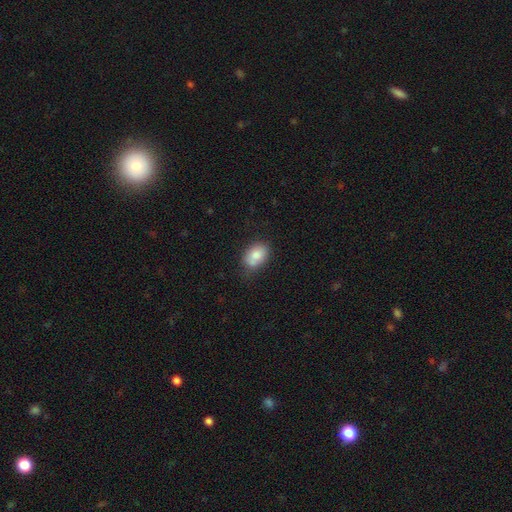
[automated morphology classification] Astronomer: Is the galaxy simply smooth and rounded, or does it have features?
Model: smooth — 82%.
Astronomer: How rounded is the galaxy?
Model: in between — 82%.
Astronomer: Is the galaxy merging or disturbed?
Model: none — 67%.